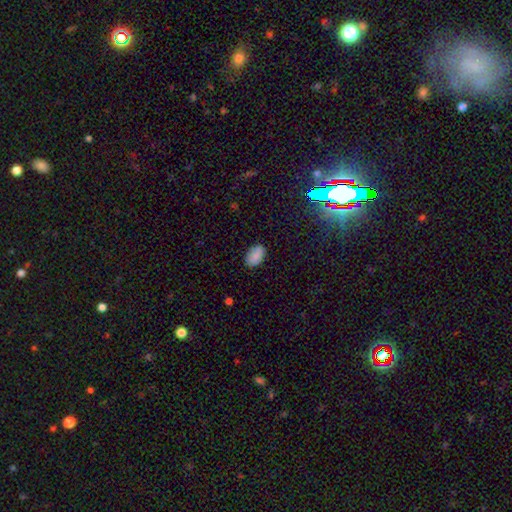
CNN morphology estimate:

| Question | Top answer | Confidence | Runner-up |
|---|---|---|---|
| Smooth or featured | smooth | 87% | star or artifact (8%) |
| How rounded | in between | 92% | round (6%) |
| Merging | none | 85% | minor disturbance (12%) |